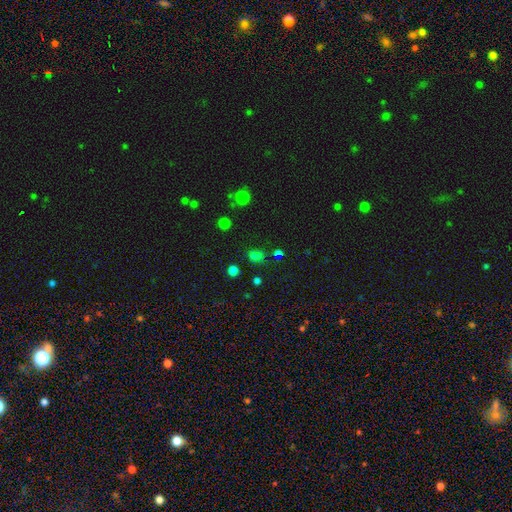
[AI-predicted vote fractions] smooth 54%, star or artifact 37%, featured or disk 9%. Down the decision tree: how rounded — round (57%); merging — none (58%).